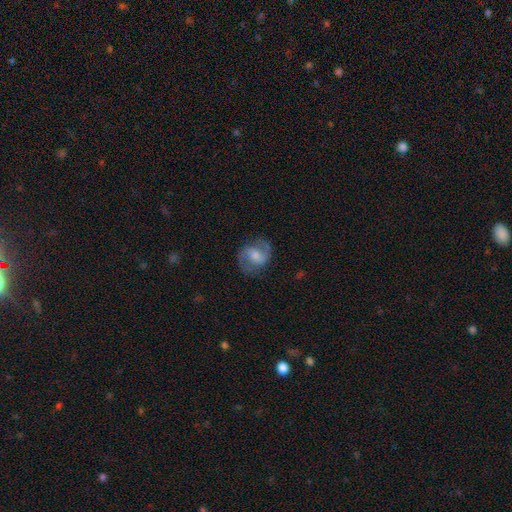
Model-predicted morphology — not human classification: smooth_or_featured: featured or disk (p=0.75) [alt: smooth p=0.18]
disk_edge_on: no (p=0.98) [alt: yes p=0.02]
bar: weak (p=0.54) [alt: no p=0.32]
has_spiral_arms: yes (p=0.93) [alt: no p=0.07]
spiral_winding: medium (p=0.55) [alt: loose p=0.28]
spiral_arm_count: 2 (p=0.90) [alt: can't tell p=0.04]
bulge_size: moderate (p=0.40) [alt: small p=0.28]
merging: none (p=0.76) [alt: minor disturbance p=0.15]